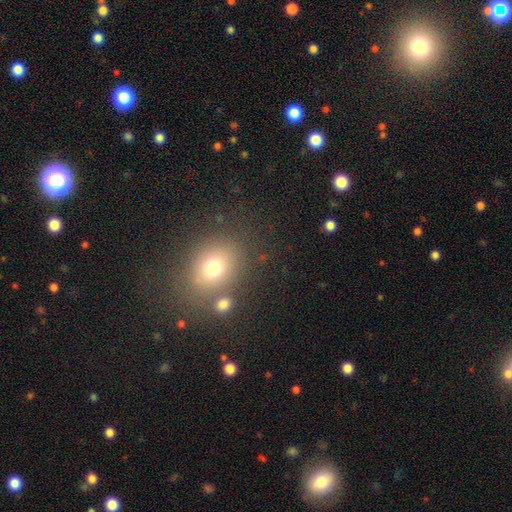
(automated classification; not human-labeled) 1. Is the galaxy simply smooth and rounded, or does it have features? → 65% smooth, 24% star or artifact, 11% featured or disk.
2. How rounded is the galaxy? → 52% round, 47% in between, 1% cigar-shaped.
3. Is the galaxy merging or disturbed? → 78% none, 10% minor disturbance, 8% merger, 4% major disturbance.